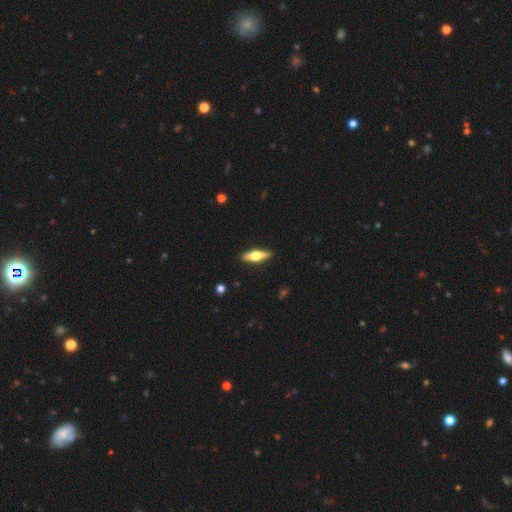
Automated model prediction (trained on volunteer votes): Smooth or featured? Predicted: featured or disk (p=0.51). Edge-on disk? Predicted: yes (p=0.93). Merging? Predicted: none (p=0.91).